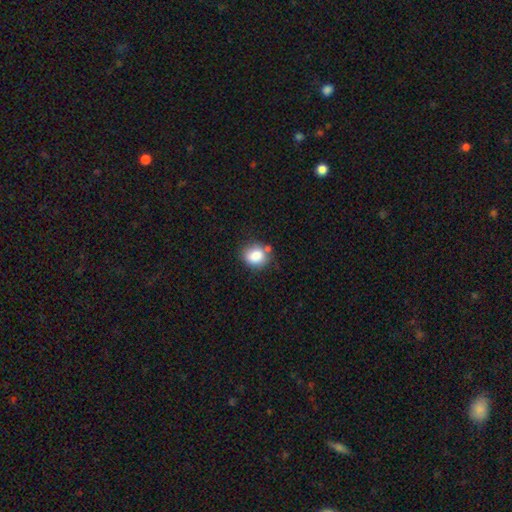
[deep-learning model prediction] Smooth or featured? Predicted: smooth (p=0.84). How rounded? Predicted: round (p=0.67). Merging? Predicted: none (p=0.67).